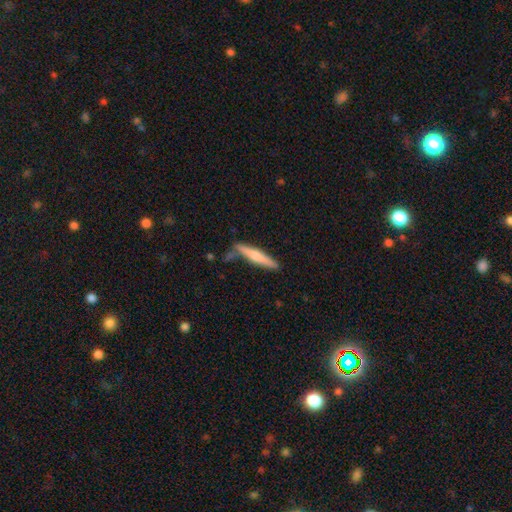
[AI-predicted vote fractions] A smooth galaxy with no disk features (54%) that is cigar-shaped (91%). Merging: none (76%).